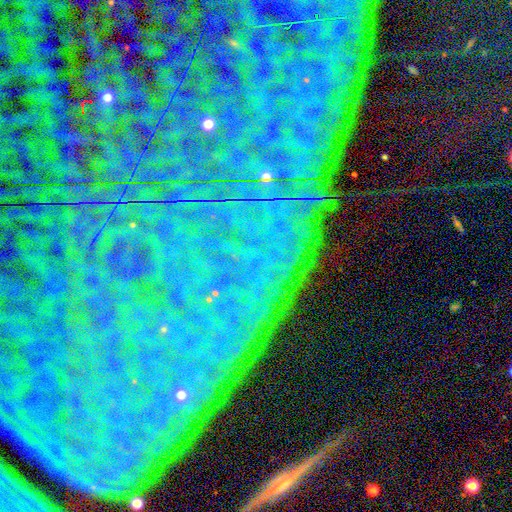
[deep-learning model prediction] Smooth or featured? Predicted: star or artifact (p=0.82).